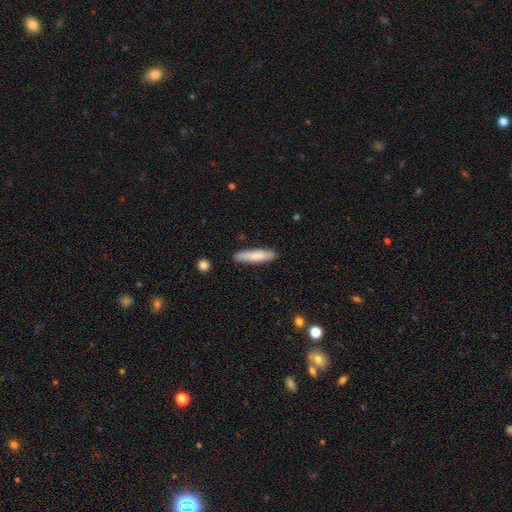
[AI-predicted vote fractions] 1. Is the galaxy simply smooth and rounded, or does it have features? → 80% smooth, 14% featured or disk, 6% star or artifact.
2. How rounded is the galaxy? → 78% cigar-shaped, 21% in between, 1% round.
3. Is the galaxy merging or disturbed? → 85% none, 12% minor disturbance, 2% major disturbance, 2% merger.